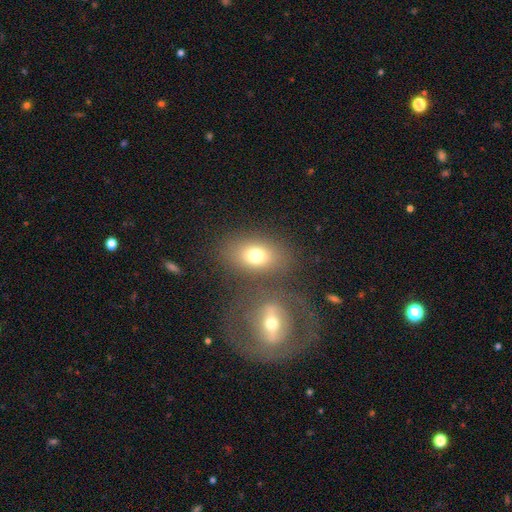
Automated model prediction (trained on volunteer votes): smooth_or_featured: smooth (p=0.74) [alt: featured or disk p=0.15]
how_rounded: in between (p=0.72) [alt: round p=0.26]
merging: none (p=0.65) [alt: merger p=0.17]